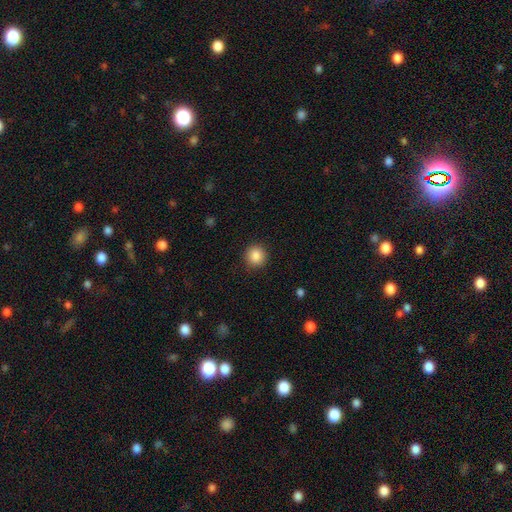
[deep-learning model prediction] smooth 87%, star or artifact 9%, featured or disk 4%. Down the decision tree: how rounded — round (92%); merging — none (91%).